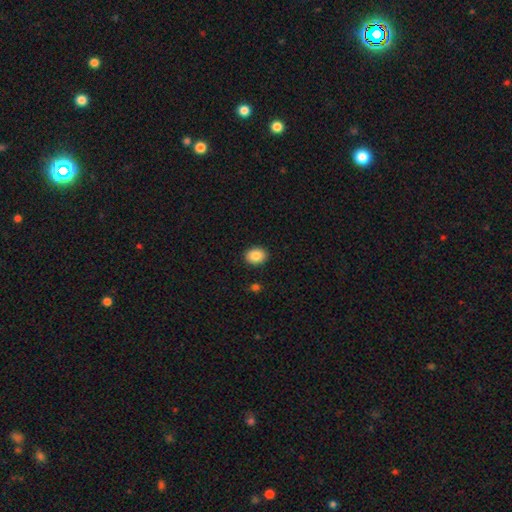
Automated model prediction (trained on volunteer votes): This appears to be a smooth galaxy with no disk features (87%) that is in between round and cigar-shaped (58%). Merging: none (90%).